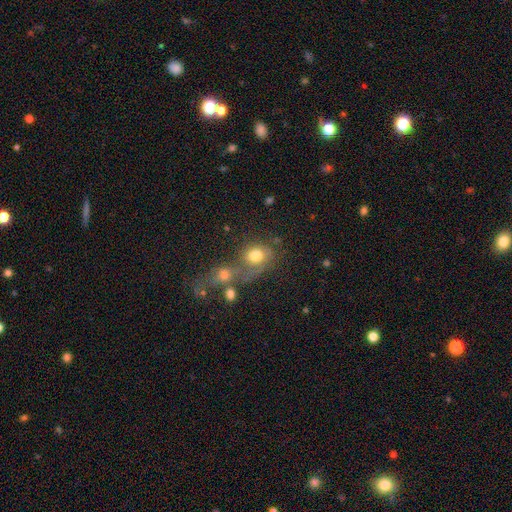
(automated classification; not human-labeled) A smooth galaxy with no disk features (69%) that is round (56%). Merging: merger (49%).